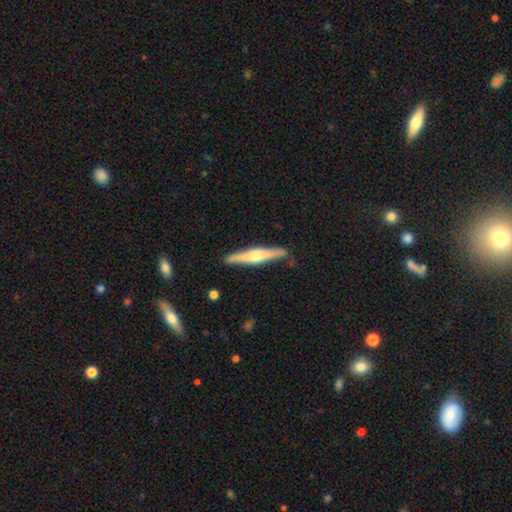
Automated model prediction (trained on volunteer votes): This appears to be a featured or disk galaxy (66%) viewed edge-on (97%) with a rounded central bulge (88%). Merging: none (87%).